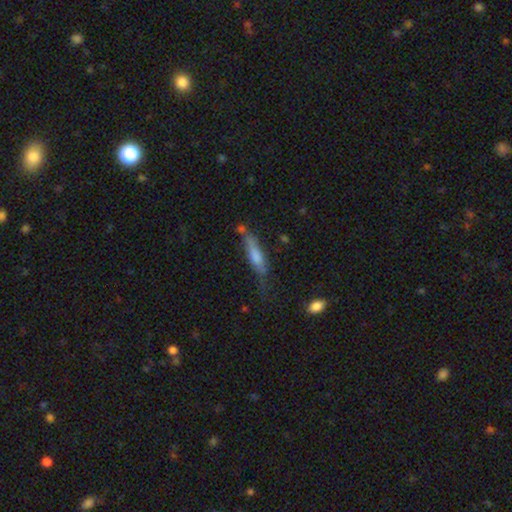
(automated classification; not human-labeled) Smooth or featured?
  - smooth: 58% *
  - featured or disk: 35%
  - star or artifact: 7%
How rounded?
  - cigar-shaped: 81% *
  - in between: 17%
  - round: 2%
Merging?
  - none: 55% *
  - minor disturbance: 28%
  - major disturbance: 10%
  - merger: 7%